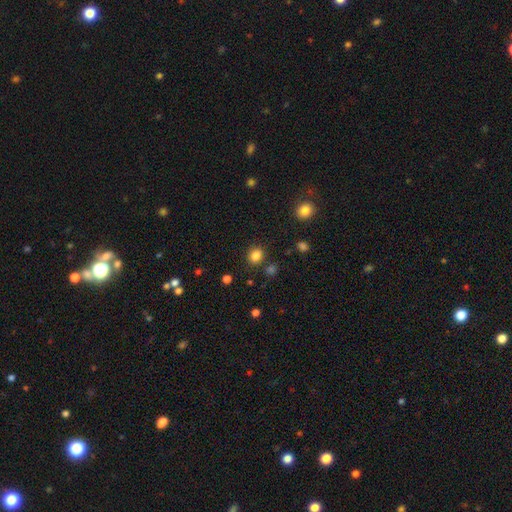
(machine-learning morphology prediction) smooth-or-featured: smooth: 84% | star or artifact: 12% | featured or disk: 4%
  how-rounded: round: 69% | in between: 30% | cigar-shaped: 1%
  merging: none: 84% | minor disturbance: 9% | merger: 4% | major disturbance: 3%